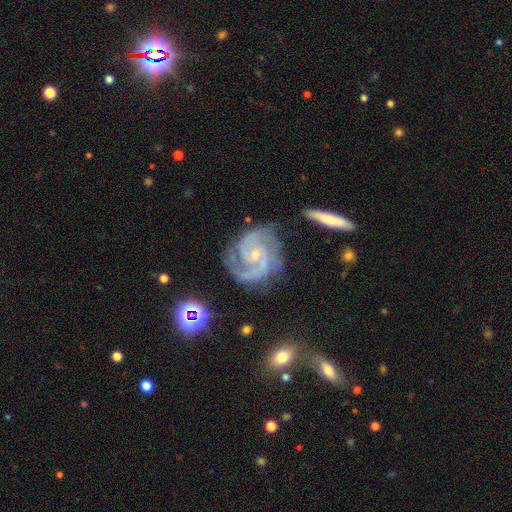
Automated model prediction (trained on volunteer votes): featured or disk 92%, star or artifact 5%, smooth 3%. Down the decision tree: edge-on disk — no (98%); bar — no (64%); spiral arms — yes (98%); spiral arm count — 2 (67%); spiral winding — medium (47%); bulge size — small (76%); merging — none (70%).